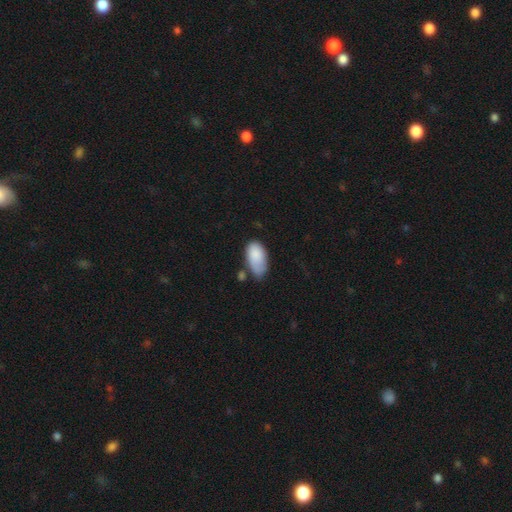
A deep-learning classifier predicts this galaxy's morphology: smooth_or_featured: smooth (p=0.85) [alt: featured or disk p=0.08]
how_rounded: in between (p=0.94) [alt: cigar-shaped p=0.03]
merging: none (p=0.42) [alt: minor disturbance p=0.37]